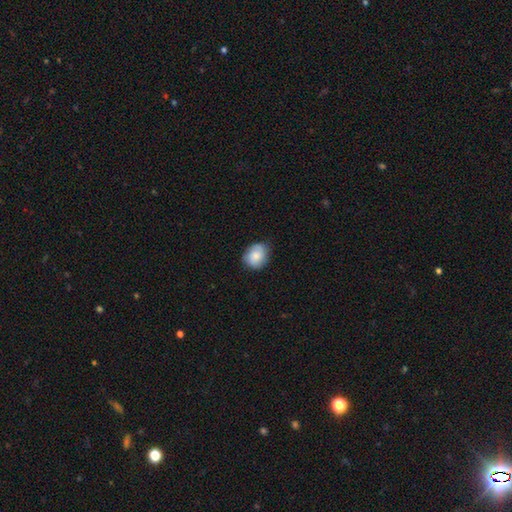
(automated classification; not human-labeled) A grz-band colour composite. It shows a smooth galaxy with no disk features (78%) that is round (62%). Merging: none (75%).